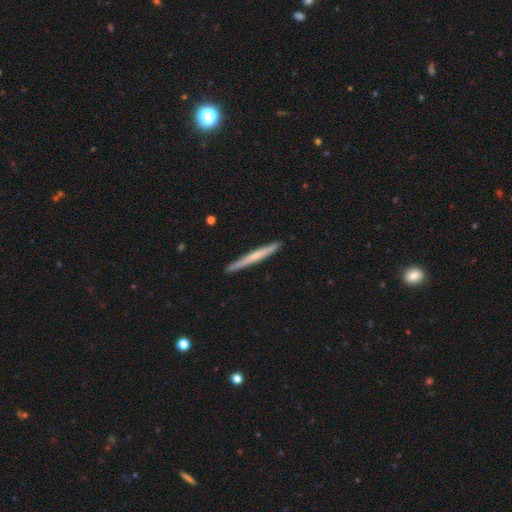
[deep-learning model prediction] A smooth galaxy with no disk features (50%) that is cigar-shaped (97%).

Vote fractions:
- Smooth or featured? smooth: 50% / featured or disk: 44% / star or artifact: 5%
- How rounded? cigar-shaped: 97% / in between: 2% / round: 1%
- Merging? none: 91% / minor disturbance: 6% / major disturbance: 1% / merger: 1%